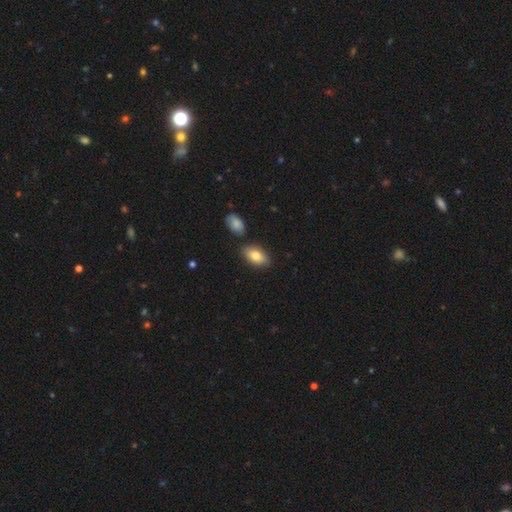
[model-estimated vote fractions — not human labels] Smooth or featured?
  - smooth: 80% *
  - featured or disk: 13%
  - star or artifact: 7%
How rounded?
  - in between: 92% *
  - round: 5%
  - cigar-shaped: 4%
Merging?
  - none: 79% *
  - minor disturbance: 12%
  - merger: 7%
  - major disturbance: 3%